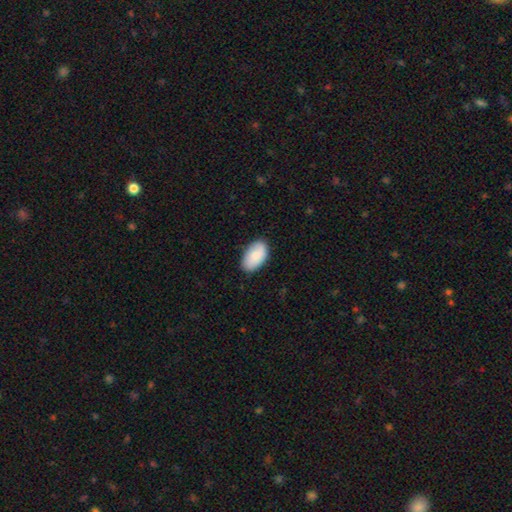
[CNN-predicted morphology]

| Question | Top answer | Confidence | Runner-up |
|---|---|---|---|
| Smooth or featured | smooth | 83% | featured or disk (11%) |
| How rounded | in between | 94% | round (4%) |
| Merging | none | 79% | minor disturbance (17%) |